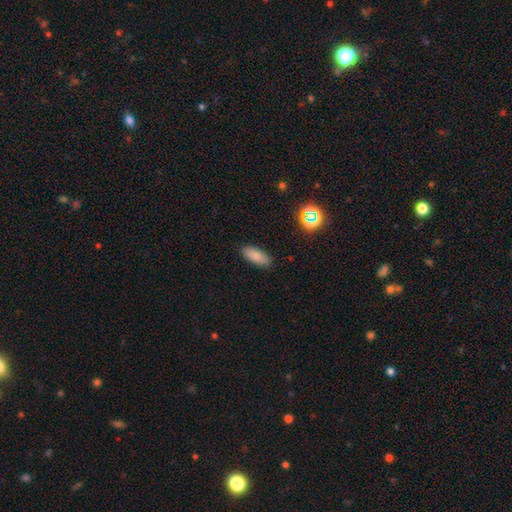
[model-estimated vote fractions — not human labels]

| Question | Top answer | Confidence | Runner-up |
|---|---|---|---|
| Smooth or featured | smooth | 85% | star or artifact (9%) |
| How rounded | in between | 79% | cigar-shaped (19%) |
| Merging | none | 88% | minor disturbance (9%) |